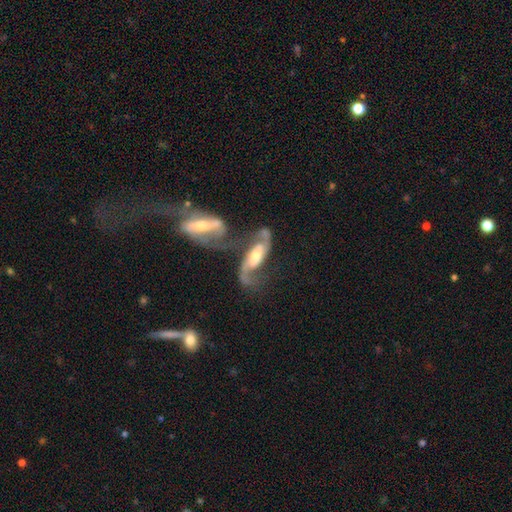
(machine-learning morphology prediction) This appears to be a featured or disk galaxy (83%) with a weak bar (37%), 2 (84%) loose (56%) spiral arms (93%) and a moderate central bulge (57%). Merging: merger (52%).